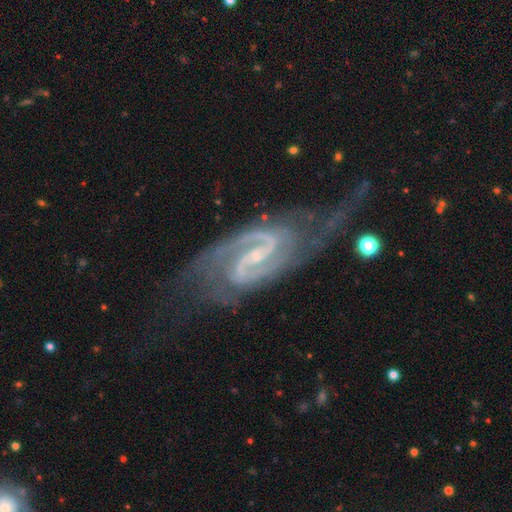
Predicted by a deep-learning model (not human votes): This is clearly a featured or disk galaxy (93%). It is clearly not viewed edge-on (97%). Bar: possibly weak (48%). Spiral arm pattern: clearly yes (99%). Spiral arm count: clearly 2 (92%). Spiral winding: possibly medium (53%). Central bulge: likely small (74%). Merging: possibly none (55%).